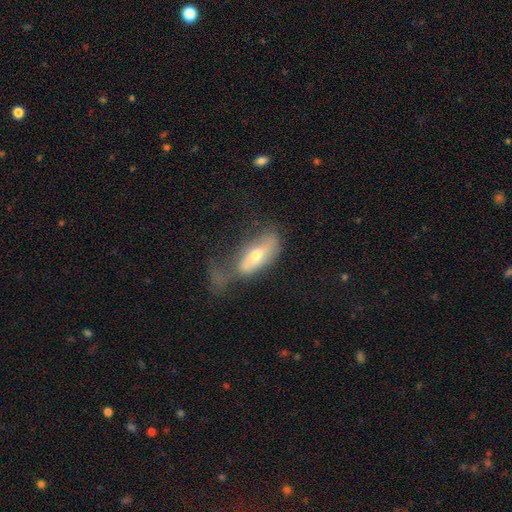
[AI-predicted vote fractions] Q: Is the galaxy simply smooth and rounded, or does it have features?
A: smooth — 53%.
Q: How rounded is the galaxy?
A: in between — 76%.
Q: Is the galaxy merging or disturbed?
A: major disturbance — 43%.